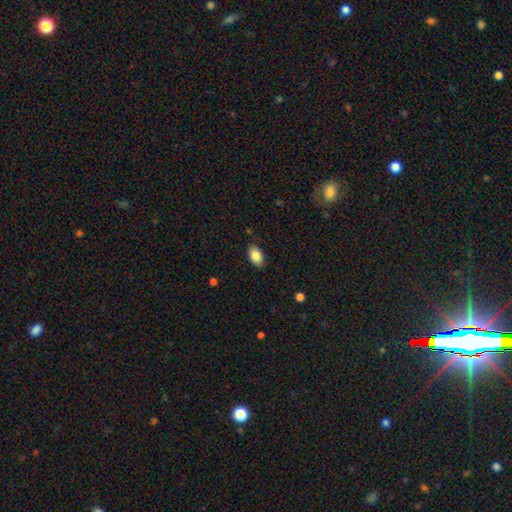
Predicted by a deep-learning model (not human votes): Morphology: type=smooth (85%); roundness=in between (92%); merging=none (85%).